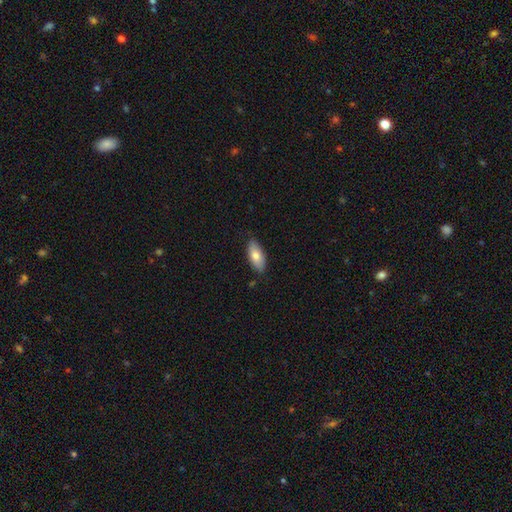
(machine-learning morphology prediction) Smooth or featured? Predicted: smooth (p=0.76). How rounded? Predicted: in between (p=0.89). Merging? Predicted: none (p=0.83).